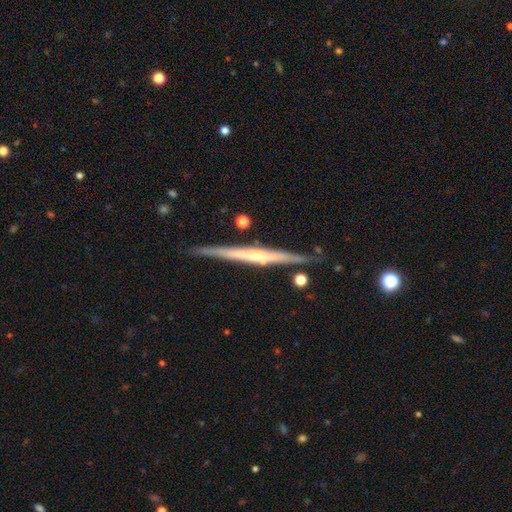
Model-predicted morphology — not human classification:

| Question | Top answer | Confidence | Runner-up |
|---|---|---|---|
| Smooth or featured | featured or disk | 75% | smooth (20%) |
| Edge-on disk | yes | 98% | no (2%) |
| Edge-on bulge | rounded | 49% | none (42%) |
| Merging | none | 85% | minor disturbance (10%) |